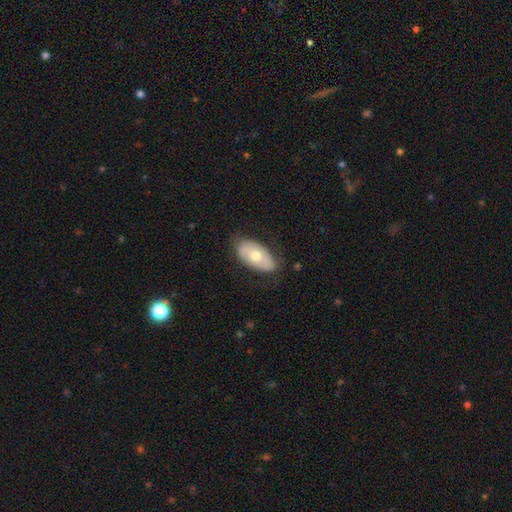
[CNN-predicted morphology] Smooth or featured? smooth (61%)
How rounded? in between (94%)
Merging? none (76%)